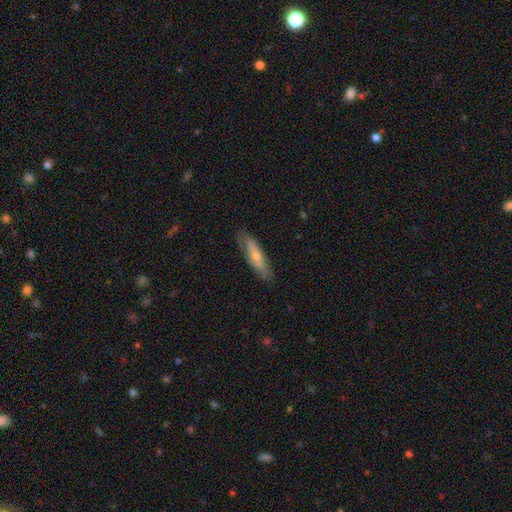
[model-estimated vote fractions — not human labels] The model was most divided on "smooth or featured": smooth: 48%, featured or disk: 46%, star or artifact: 7%. More confident: merging — none (79%).